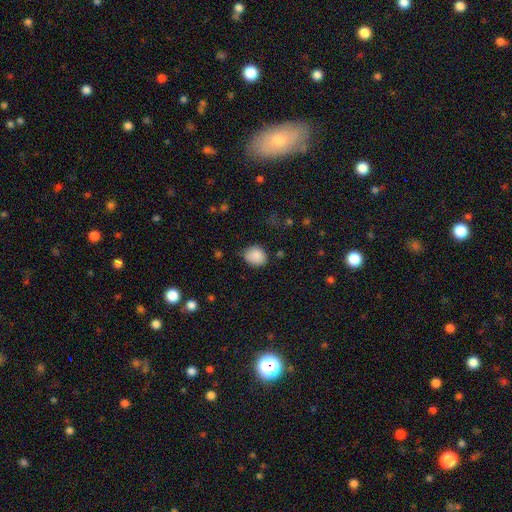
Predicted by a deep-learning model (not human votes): Morphology: type=smooth (87%); roundness=round (61%); merging=none (75%).